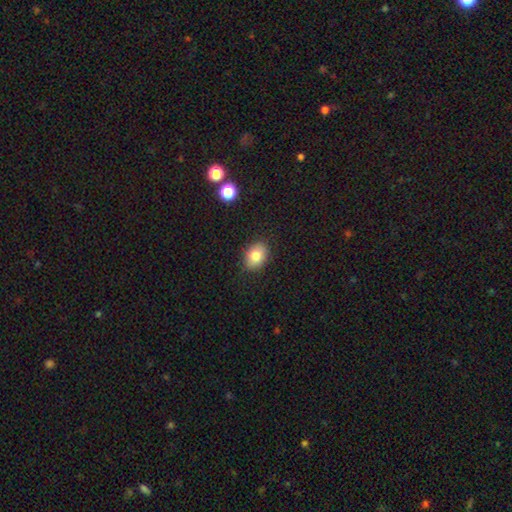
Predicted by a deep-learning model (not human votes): smooth 81%, featured or disk 10%, star or artifact 9%. Down the decision tree: how rounded — in between (69%); merging — none (86%).